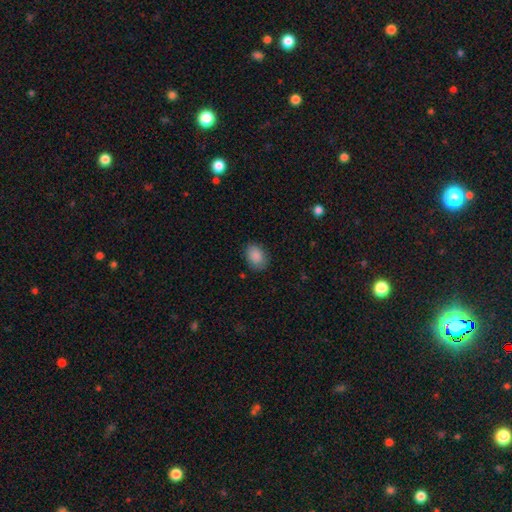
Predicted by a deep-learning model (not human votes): smooth 88%, star or artifact 8%, featured or disk 4%. Down the decision tree: how rounded — in between (69%); merging — none (80%).